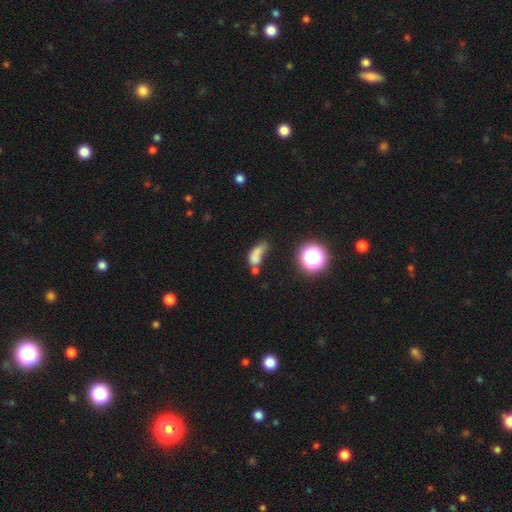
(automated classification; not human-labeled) smooth_or_featured: smooth (p=0.60) [alt: featured or disk p=0.22]
how_rounded: in between (p=0.70) [alt: round p=0.19]
merging: merger (p=0.29) [alt: major disturbance p=0.28]